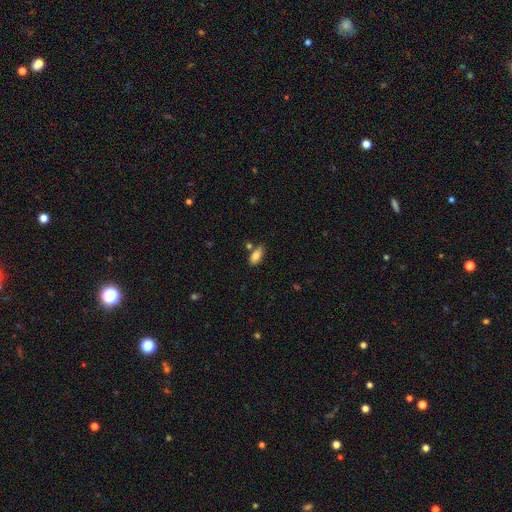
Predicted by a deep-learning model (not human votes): This is clearly a smooth galaxy (81%). How rounded: clearly in between (88%). Merging: likely none (68%).